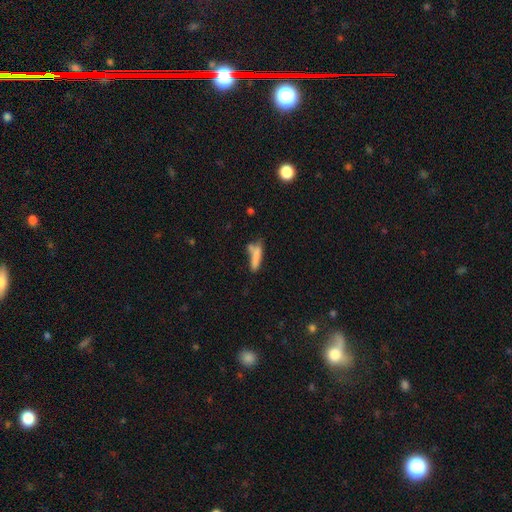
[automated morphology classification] A smooth galaxy with no disk features (75%) that is cigar-shaped (79%). Merging: none (49%).